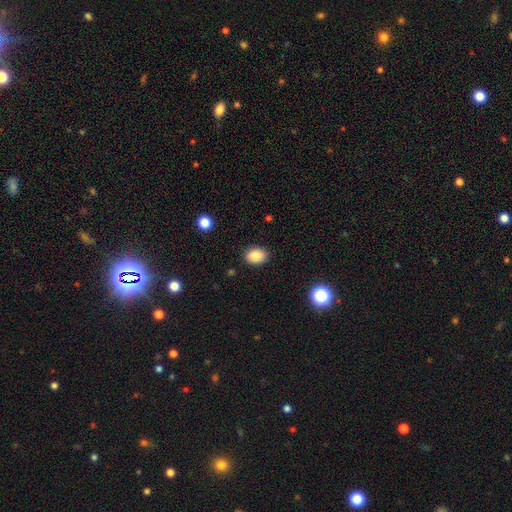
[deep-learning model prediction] Morphology: type=smooth (86%); roundness=in between (70%); merging=none (88%).